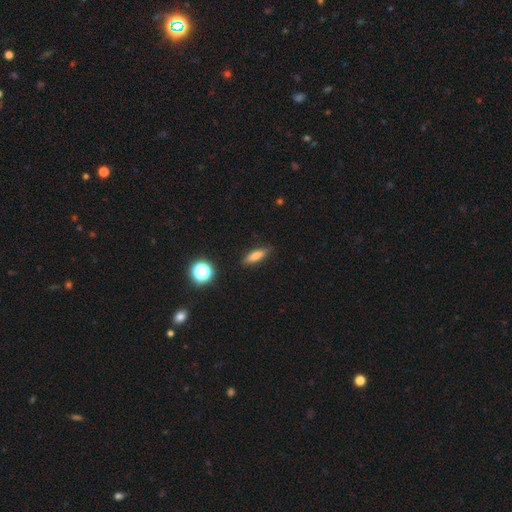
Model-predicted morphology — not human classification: The model was most divided on "how rounded" (2-way tie): in between: 48%, cigar-shaped: 48%, round: 4%. More confident: merging — none (86%); smooth or featured — smooth (76%).